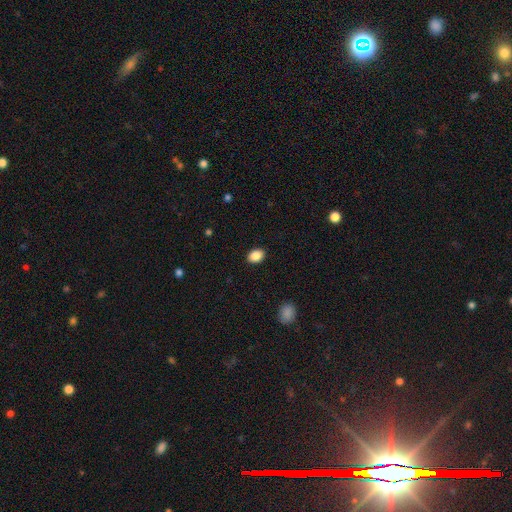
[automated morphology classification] Overall: smooth (88%). How rounded: in between (72%). Merging: none (90%).